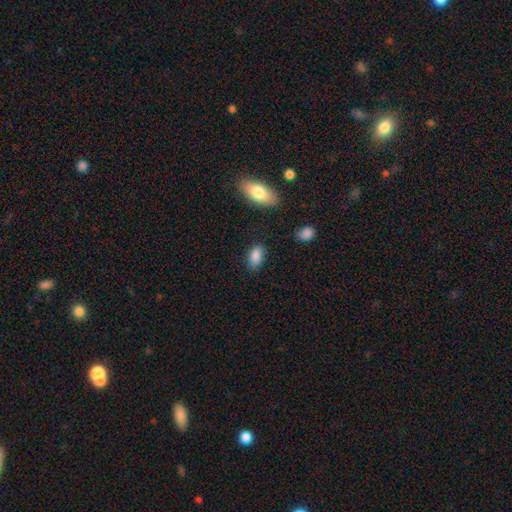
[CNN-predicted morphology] This appears to be a smooth galaxy with no disk features (86%) that is in between round and cigar-shaped (91%). Merging: none (78%).